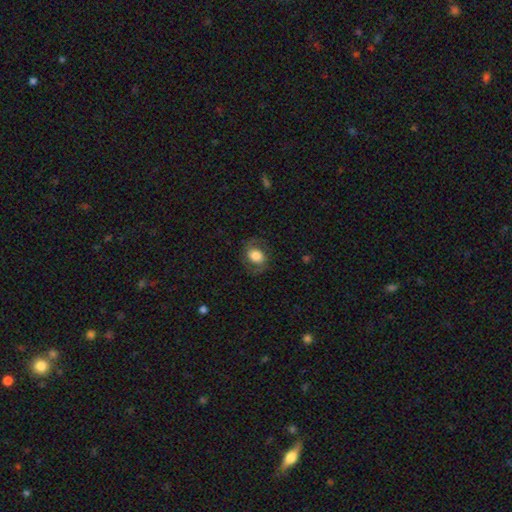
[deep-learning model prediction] Overall: smooth (52%; featured or disk 40%). How rounded: in between (49%, tied with round). Merging: none (75%).